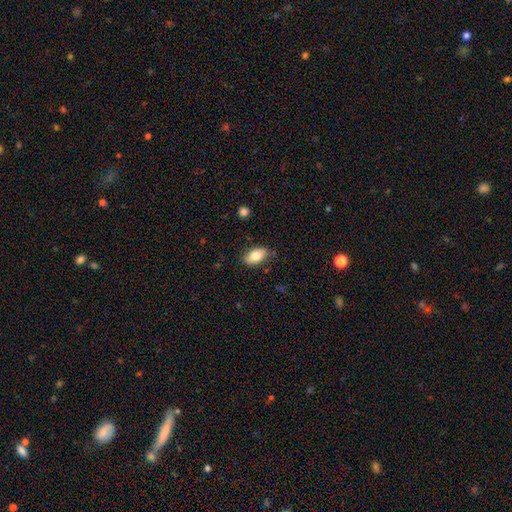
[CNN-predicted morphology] smooth-or-featured: smooth: 81% | featured or disk: 12% | star or artifact: 7%
  how-rounded: in between: 92% | round: 5% | cigar-shaped: 3%
  merging: none: 82% | minor disturbance: 14% | major disturbance: 3% | merger: 2%